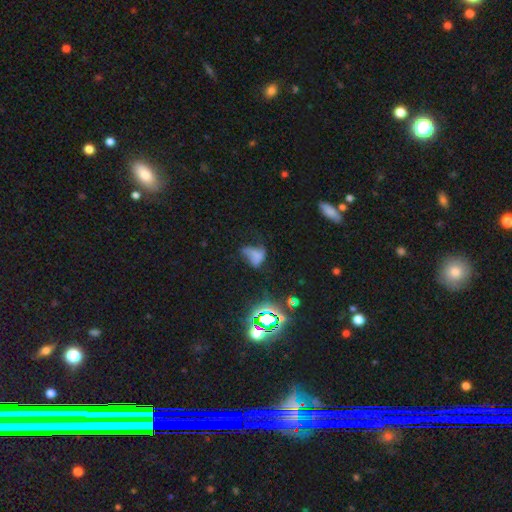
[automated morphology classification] Overall: smooth (47%; featured or disk 27%). Merging: major disturbance (39%; none 26%).